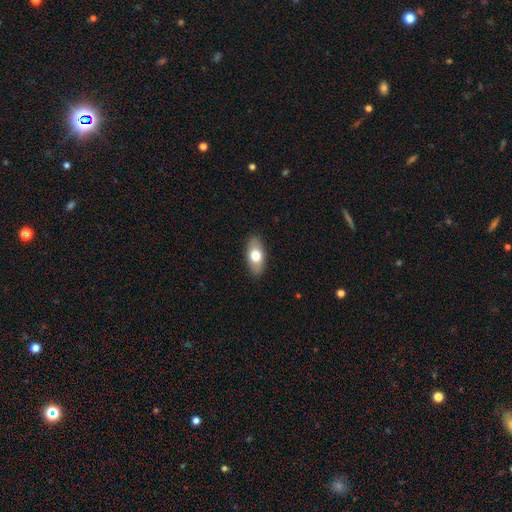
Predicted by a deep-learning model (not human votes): Morphology: type=smooth (71%); roundness=in between (90%); merging=none (88%).